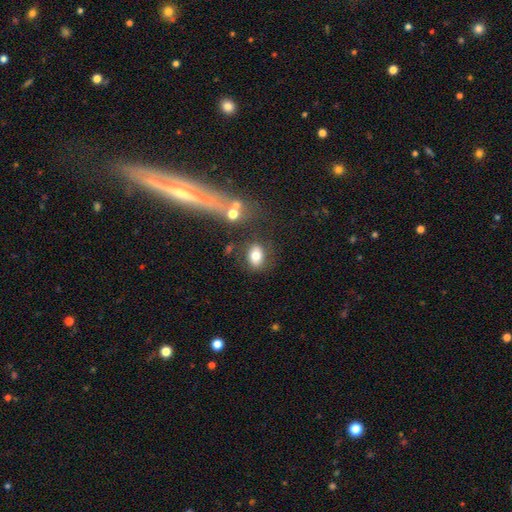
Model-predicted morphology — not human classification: smooth-or-featured: smooth: 77% | featured or disk: 13% | star or artifact: 10%
  how-rounded: in between: 71% | round: 27% | cigar-shaped: 2%
  merging: none: 71% | minor disturbance: 15% | merger: 8% | major disturbance: 6%